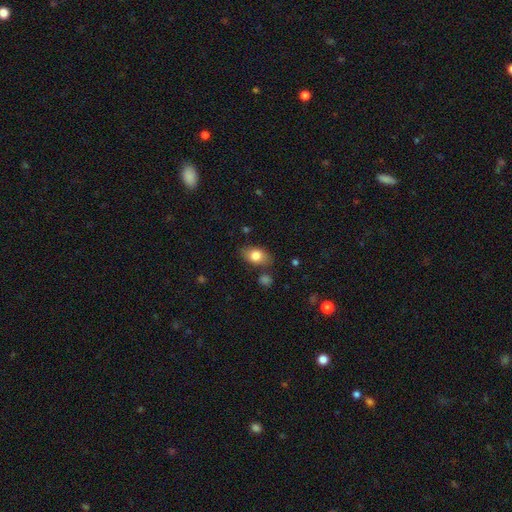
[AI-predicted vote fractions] The model was most divided on "merging": none: 78%, minor disturbance: 14%, merger: 4%, major disturbance: 3%. More confident: how rounded — in between (86%); smooth or featured — smooth (80%).